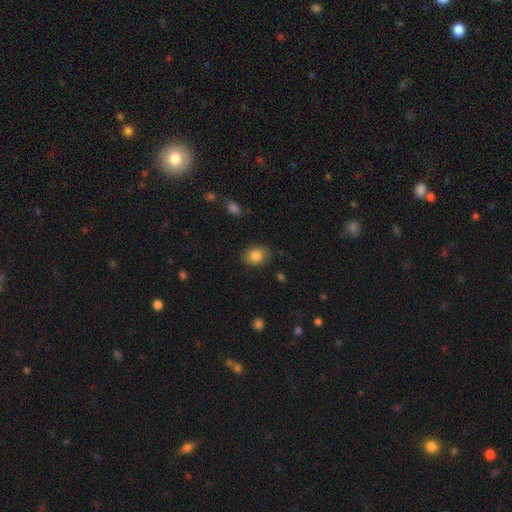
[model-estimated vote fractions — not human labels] A smooth galaxy with no disk features (84%) that is in between round and cigar-shaped (55%).

Vote fractions:
- Smooth or featured? smooth: 84% / star or artifact: 9% / featured or disk: 7%
- How rounded? in between: 55% / round: 44% / cigar-shaped: 1%
- Merging? none: 85% / minor disturbance: 11% / major disturbance: 3% / merger: 1%